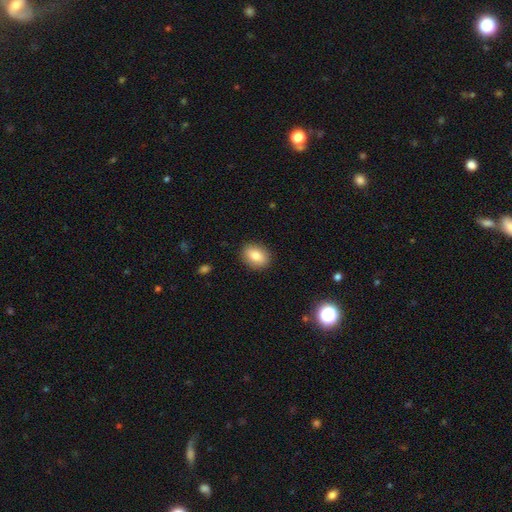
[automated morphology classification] smooth-or-featured: smooth: 82% | featured or disk: 10% | star or artifact: 8%
  how-rounded: in between: 67% | round: 31% | cigar-shaped: 1%
  merging: none: 89% | minor disturbance: 8% | major disturbance: 2% | merger: 1%